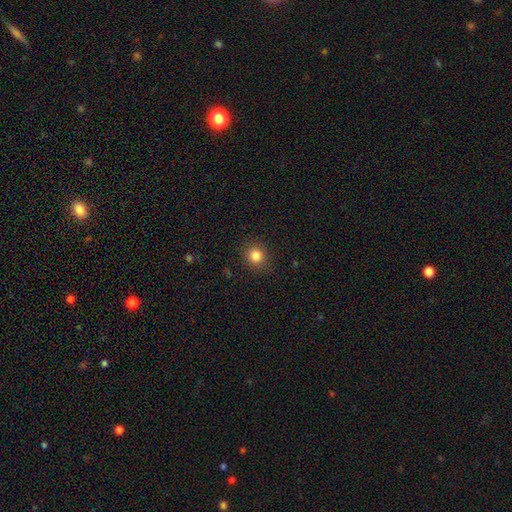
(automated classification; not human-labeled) The model was most divided on "smooth or featured": smooth: 84%, star or artifact: 11%, featured or disk: 5%. More confident: merging — none (88%); how rounded — round (87%).